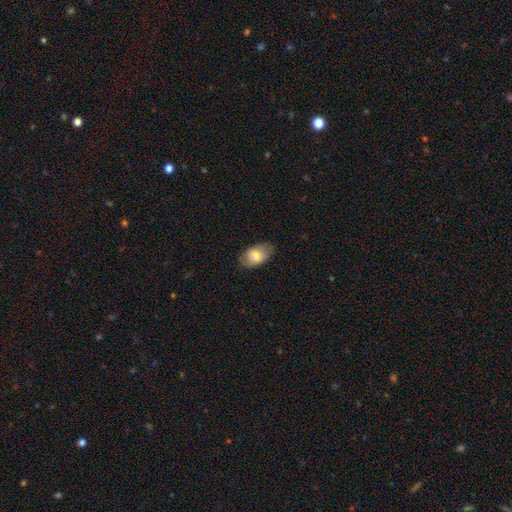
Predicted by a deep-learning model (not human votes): Q: Smooth or featured?
A: smooth (74%); runner-up: featured or disk (20%)
Q: How rounded?
A: in between (91%); runner-up: round (7%)
Q: Merging?
A: none (82%); runner-up: minor disturbance (14%)